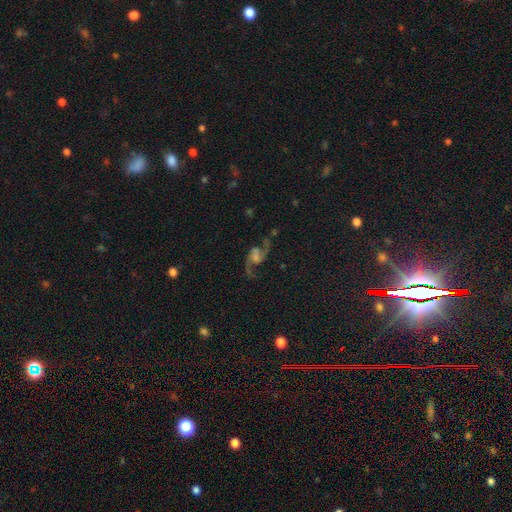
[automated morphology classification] Smooth or featured? featured or disk (84%)
Edge-on disk? no (97%)
Bar? weak (44%)
Spiral arms? yes (96%)
Spiral winding? loose (71%)
Spiral arm count? 2 (93%)
Bulge size? none (30%, tied with small)
Merging? none (72%)